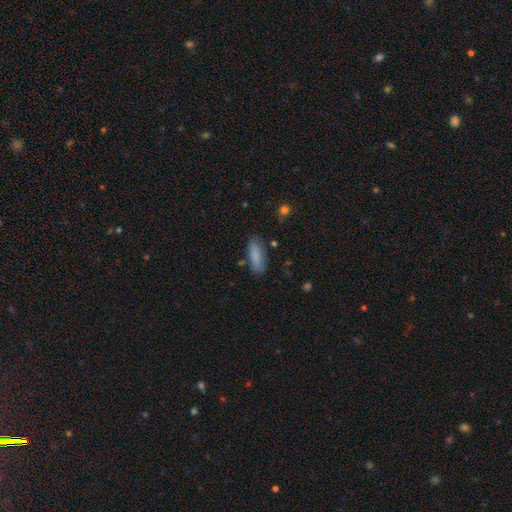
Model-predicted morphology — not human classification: Smooth or featured? smooth (85%)
How rounded? in between (61%)
Merging? none (78%)